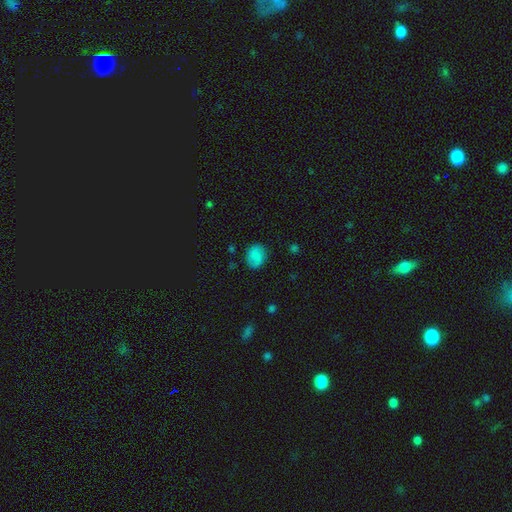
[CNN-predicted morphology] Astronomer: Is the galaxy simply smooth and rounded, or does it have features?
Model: smooth — 79%.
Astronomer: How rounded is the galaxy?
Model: round — 53% (runner-up: in between, 45%).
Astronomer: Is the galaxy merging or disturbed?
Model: none — 78%.